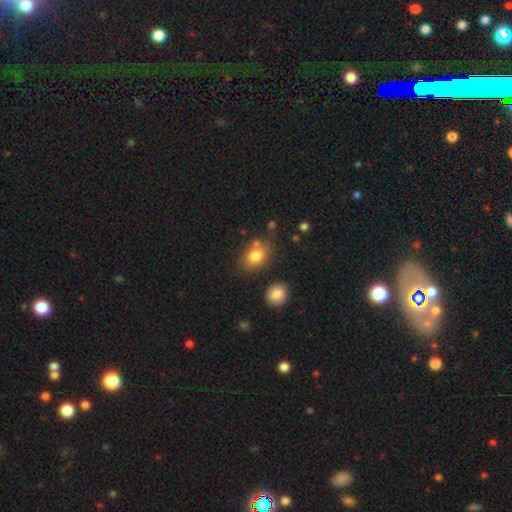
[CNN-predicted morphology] type=smooth (80%); roundness=in between (67%); merging=none (66%).